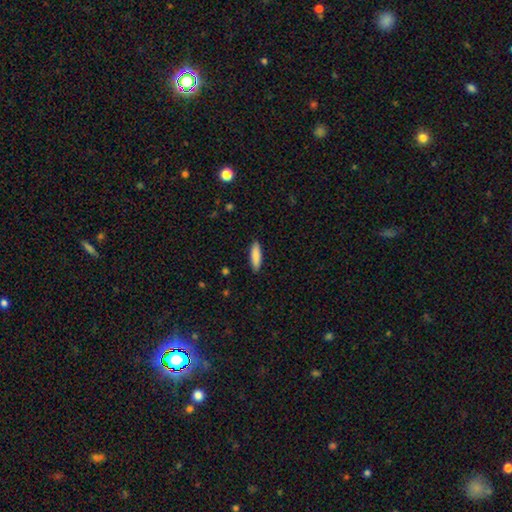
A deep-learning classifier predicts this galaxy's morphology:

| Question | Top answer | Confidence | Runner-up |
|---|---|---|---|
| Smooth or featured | smooth | 86% | featured or disk (8%) |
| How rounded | cigar-shaped | 59% | in between (39%) |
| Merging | none | 90% | minor disturbance (8%) |